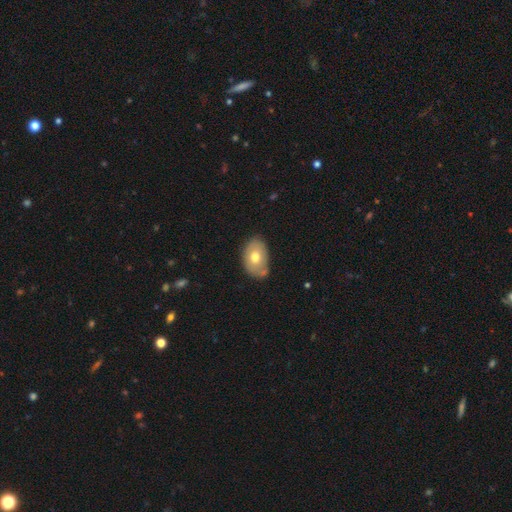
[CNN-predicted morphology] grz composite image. It shows a smooth galaxy with no disk features (65%) that is in between round and cigar-shaped (83%). Merging: none (67%).